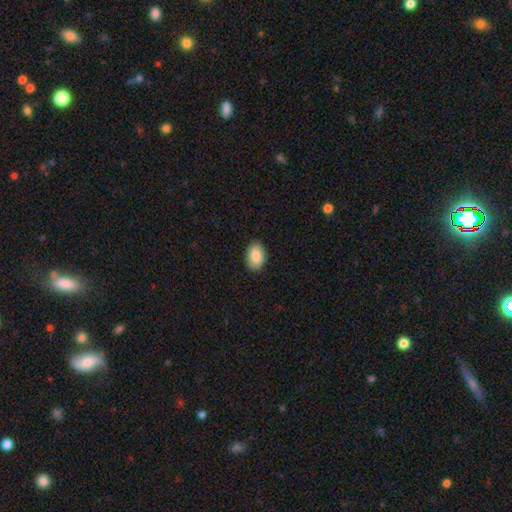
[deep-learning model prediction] Smooth or featured: smooth — 83% (featured or disk — 11%)
How rounded: in between — 87% (round — 12%)
Merging: none — 86% (minor disturbance — 11%)